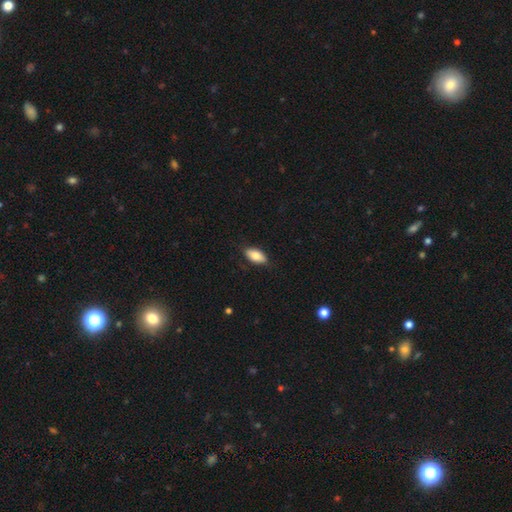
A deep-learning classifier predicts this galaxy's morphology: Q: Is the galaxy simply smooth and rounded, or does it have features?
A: smooth — 82%.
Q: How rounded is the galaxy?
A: in between — 90%.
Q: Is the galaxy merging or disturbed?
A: none — 83%.